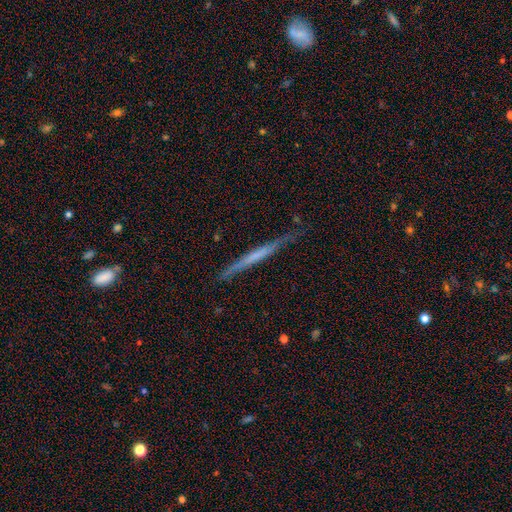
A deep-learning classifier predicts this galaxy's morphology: Smooth or featured? featured or disk (54%)
Edge-on disk? yes (96%)
Edge-on bulge? none (81%)
Merging? none (83%)